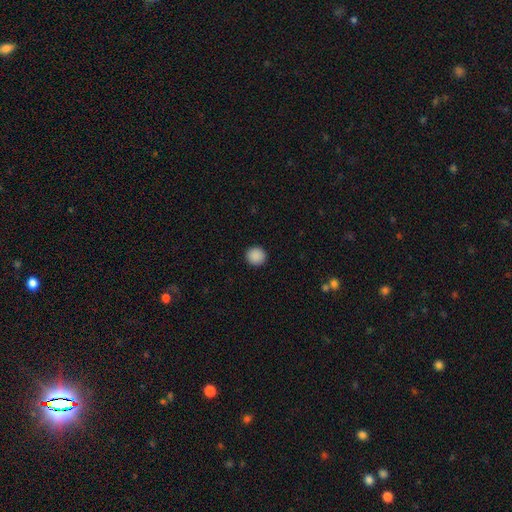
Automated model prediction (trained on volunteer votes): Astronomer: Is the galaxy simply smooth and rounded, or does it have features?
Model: smooth — 89%.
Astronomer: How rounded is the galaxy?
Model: round — 94%.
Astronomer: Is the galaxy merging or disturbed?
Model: none — 93%.